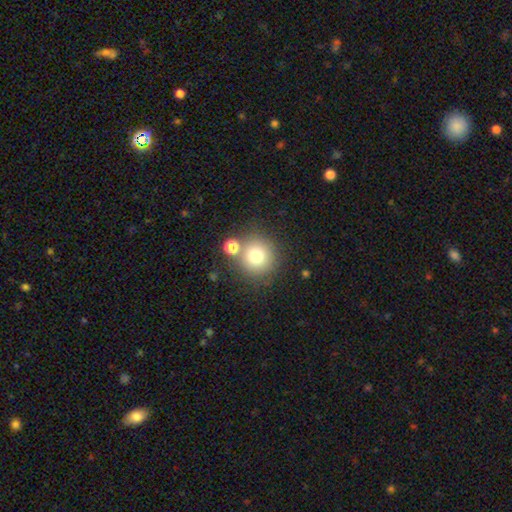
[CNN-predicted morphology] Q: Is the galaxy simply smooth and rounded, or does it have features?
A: smooth — 75%.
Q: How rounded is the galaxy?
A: round — 92%.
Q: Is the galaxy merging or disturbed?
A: none — 71%.